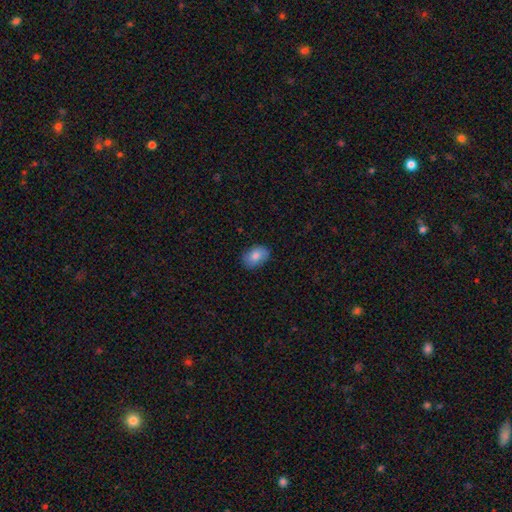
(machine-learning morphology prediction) A smooth galaxy with no disk features (82%) that is in between round and cigar-shaped (80%). Merging: none (82%).